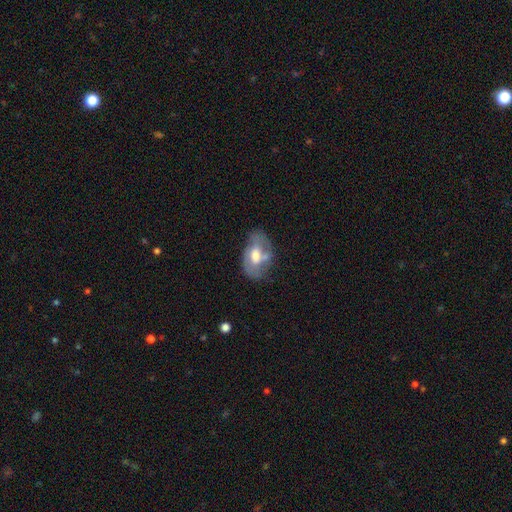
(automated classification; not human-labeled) The model was most divided on "bar": no: 51%, weak: 38%, strong: 12%. More confident: edge-on disk — no (94%); bulge size — moderate (63%); smooth or featured — featured or disk (59%); spiral arms — yes (57%); merging — none (51%).